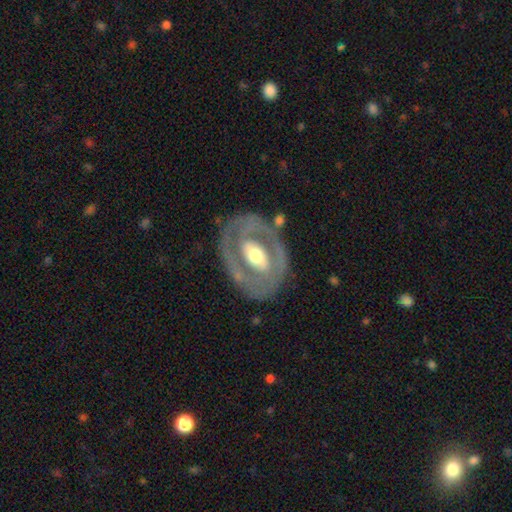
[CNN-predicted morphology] Smooth or featured: featured or disk — 75% (smooth — 20%)
Edge-on disk: no — 94% (yes — 6%)
Bar: no — 42% (weak — 30%)
Spiral arms: no — 55% (yes — 45%)
Bulge size: moderate — 65% (large — 19%)
Merging: none — 75% (minor disturbance — 14%)